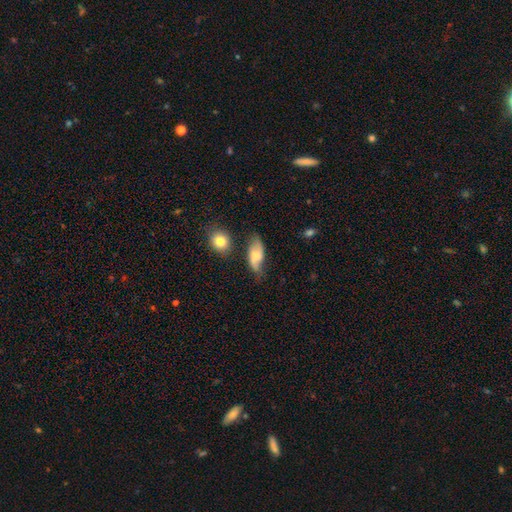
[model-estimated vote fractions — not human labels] smooth 50%, featured or disk 43%, star or artifact 8%. Down the decision tree: merging — none (56%).